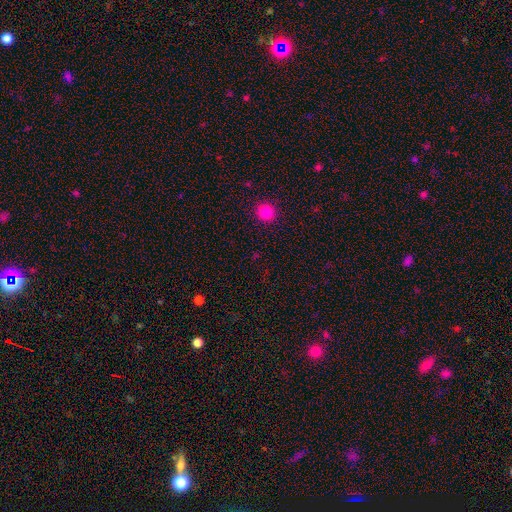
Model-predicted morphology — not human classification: A smooth galaxy with no disk features (57%) that is round (87%).

Vote fractions:
- Smooth or featured? smooth: 57% / star or artifact: 37% / featured or disk: 5%
- How rounded? round: 87% / in between: 12% / cigar-shaped: 2%
- Merging? none: 90% / minor disturbance: 5% / major disturbance: 3% / merger: 2%